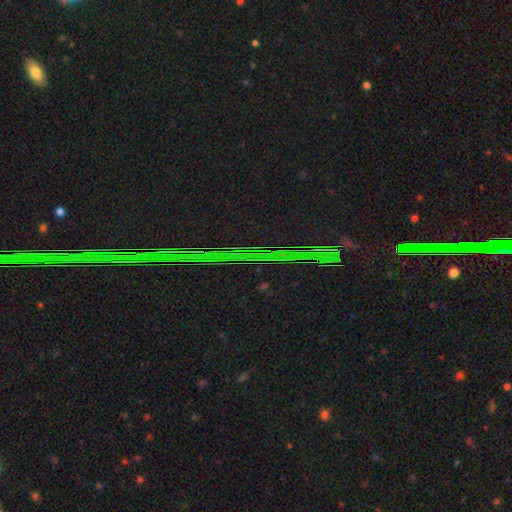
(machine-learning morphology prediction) A star or artifact, not a galaxy (87%).

Vote fractions:
- Smooth or featured? star or artifact: 87% / featured or disk: 7% / smooth: 5%